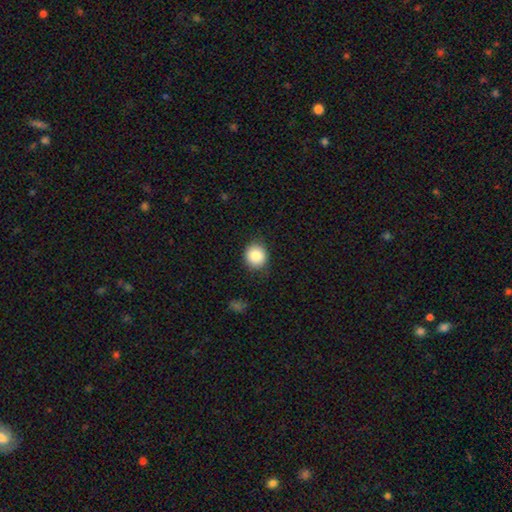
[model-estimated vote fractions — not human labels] This is clearly a smooth galaxy (84%). How rounded: clearly round (87%). Merging: clearly none (86%).